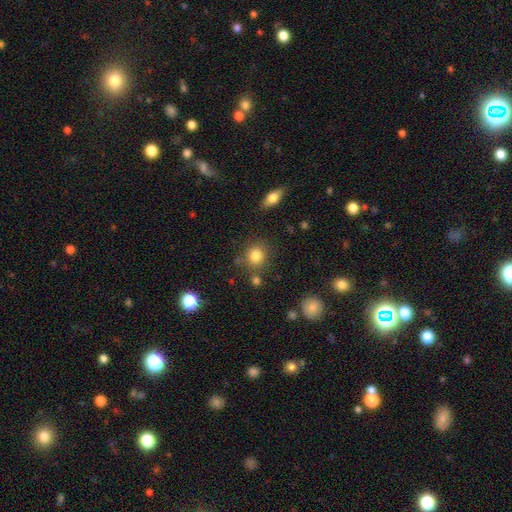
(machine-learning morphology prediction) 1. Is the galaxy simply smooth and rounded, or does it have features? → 82% smooth, 11% star or artifact, 7% featured or disk.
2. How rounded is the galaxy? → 83% round, 16% in between, 1% cigar-shaped.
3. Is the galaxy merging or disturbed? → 78% none, 11% minor disturbance, 7% merger, 4% major disturbance.